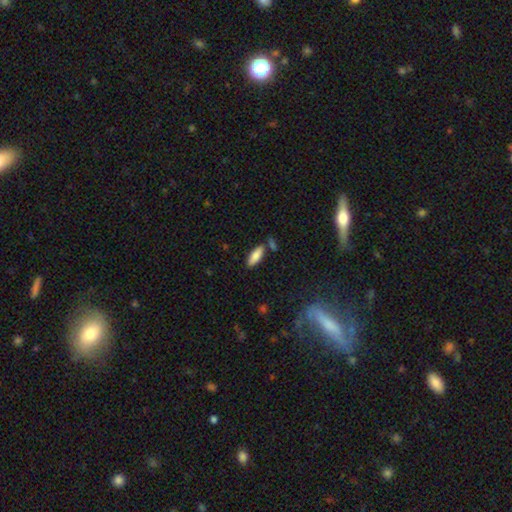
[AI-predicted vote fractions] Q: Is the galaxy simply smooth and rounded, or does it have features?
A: smooth — 83%.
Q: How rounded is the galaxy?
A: in between — 67%.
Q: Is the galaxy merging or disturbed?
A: none — 77%.